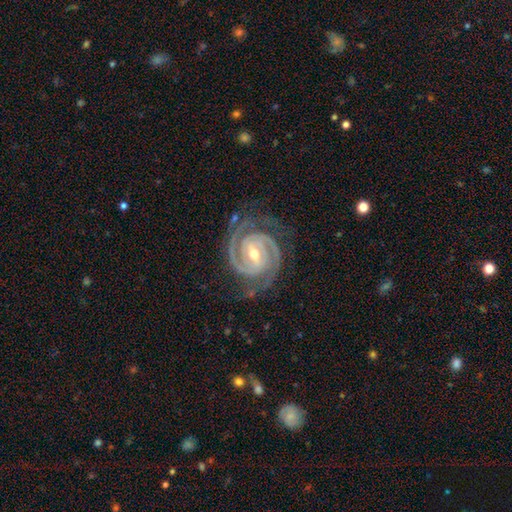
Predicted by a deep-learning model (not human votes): This is clearly a featured or disk galaxy (94%). It is clearly not viewed edge-on (98%). Bar: marginally weak (37%). Spiral arm pattern: clearly yes (99%). Spiral arm count: likely 2 (75%). Spiral winding: likely tight (74%). Central bulge: possibly small (49%). Merging: likely none (80%).